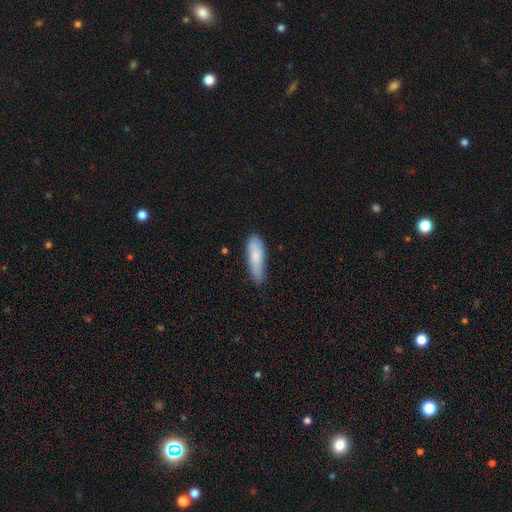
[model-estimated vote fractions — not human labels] Q: Smooth or featured?
A: smooth (76%); runner-up: featured or disk (18%)
Q: How rounded?
A: cigar-shaped (50%); runner-up: in between (48%)
Q: Merging?
A: none (65%); runner-up: minor disturbance (28%)